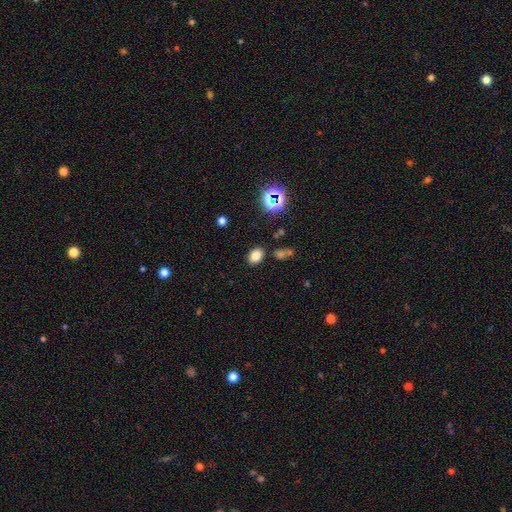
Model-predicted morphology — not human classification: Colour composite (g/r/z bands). It shows a smooth galaxy with no disk features (79%) that is in between round and cigar-shaped (73%). Merging: none (84%).